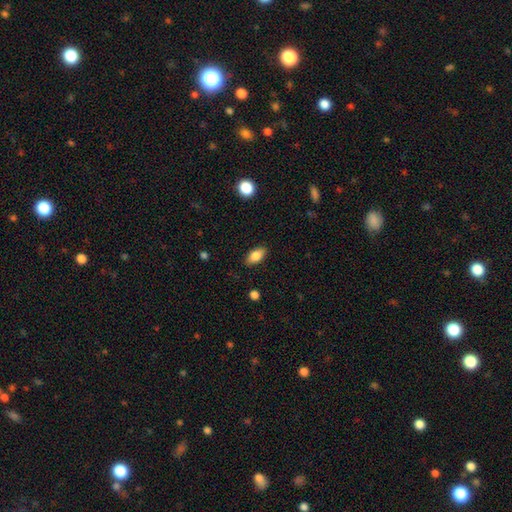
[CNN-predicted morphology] smooth-or-featured: smooth: 82% | featured or disk: 11% | star or artifact: 7%
  how-rounded: in between: 89% | cigar-shaped: 7% | round: 4%
  merging: none: 87% | minor disturbance: 10% | major disturbance: 2% | merger: 1%